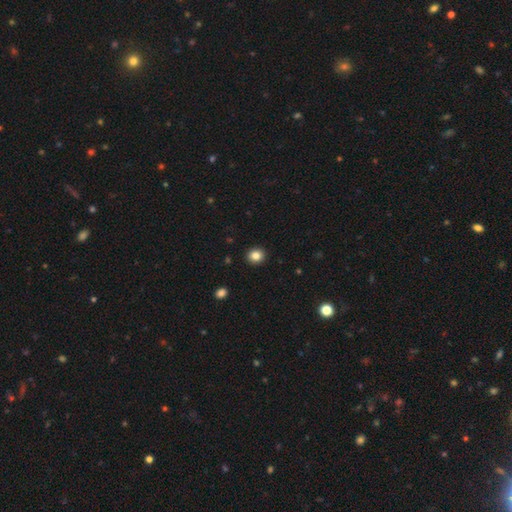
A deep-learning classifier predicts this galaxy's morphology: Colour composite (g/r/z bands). It shows a smooth galaxy with no disk features (84%) that is round (80%). Merging: none (92%).